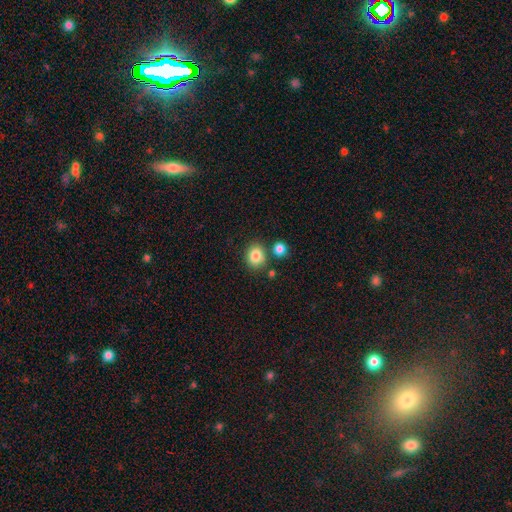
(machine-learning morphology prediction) smooth_or_featured: smooth (p=0.83) [alt: star or artifact p=0.11]
how_rounded: round (p=0.72) [alt: in between p=0.27]
merging: none (p=0.75) [alt: merger p=0.11]